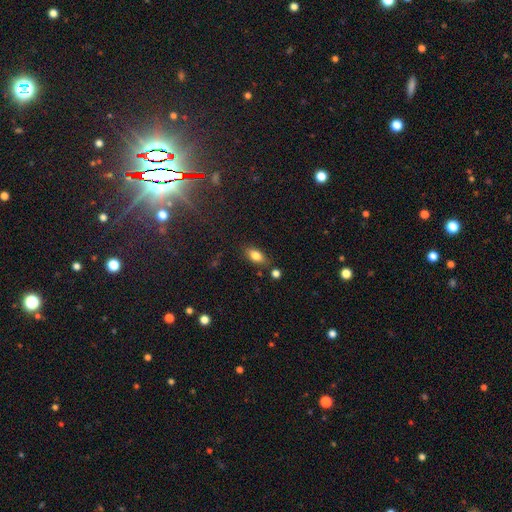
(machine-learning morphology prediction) A smooth galaxy with no disk features (80%) that is in between round and cigar-shaped (87%).

Vote fractions:
- Smooth or featured? smooth: 80% / featured or disk: 11% / star or artifact: 9%
- How rounded? in between: 87% / cigar-shaped: 7% / round: 6%
- Merging? none: 79% / minor disturbance: 13% / merger: 5% / major disturbance: 3%